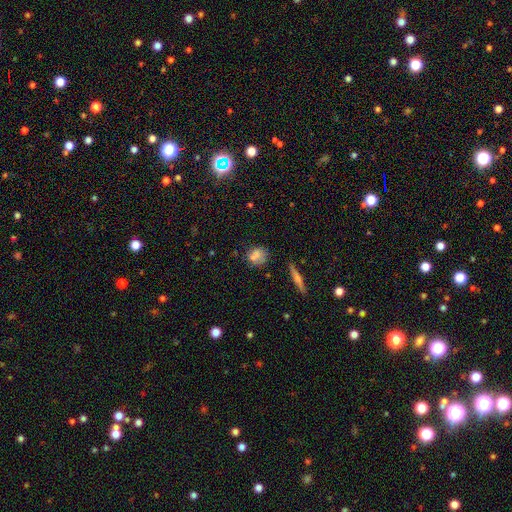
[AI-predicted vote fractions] Overall: smooth (69%). How rounded: round (63%; in between 33%). Merging: none (64%).